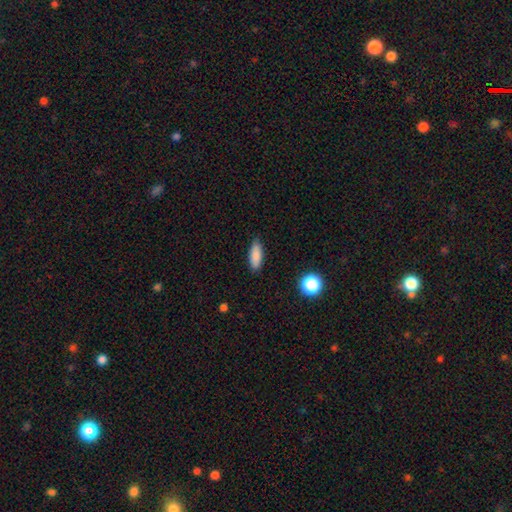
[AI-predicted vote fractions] Overall: smooth (86%). How rounded: in between (67%; cigar-shaped 30%). Merging: none (86%).